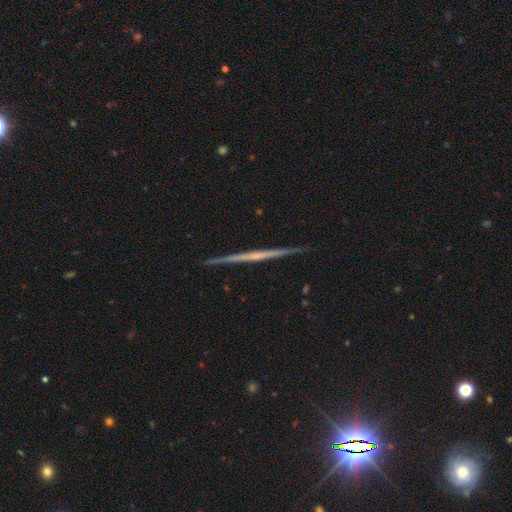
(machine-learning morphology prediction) A featured or disk galaxy (72%) viewed edge-on (98%) with no central bulge (80%).

Vote fractions:
- Smooth or featured? featured or disk: 72% / smooth: 22% / star or artifact: 6%
- Edge-on disk? yes: 98% / no: 2%
- Edge-on bulge? none: 80% / rounded: 14% / boxy: 6%
- Merging? none: 92% / minor disturbance: 6% / major disturbance: 1% / merger: 1%